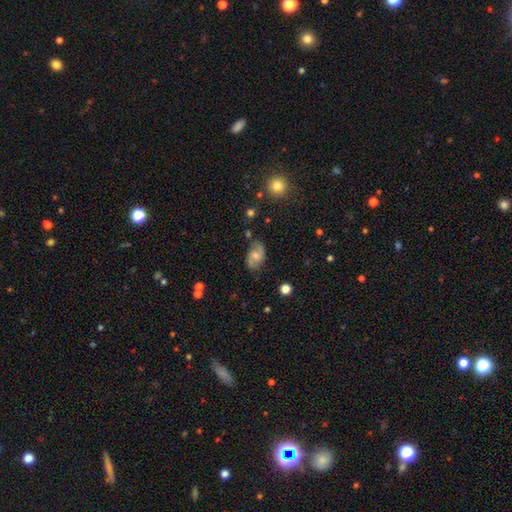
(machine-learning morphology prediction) featured or disk 54%, smooth 37%, star or artifact 9%. Down the decision tree: edge-on disk — no (96%); bar — no (58%); spiral arms — yes (86%); bulge size — moderate (48%); merging — none (72%).